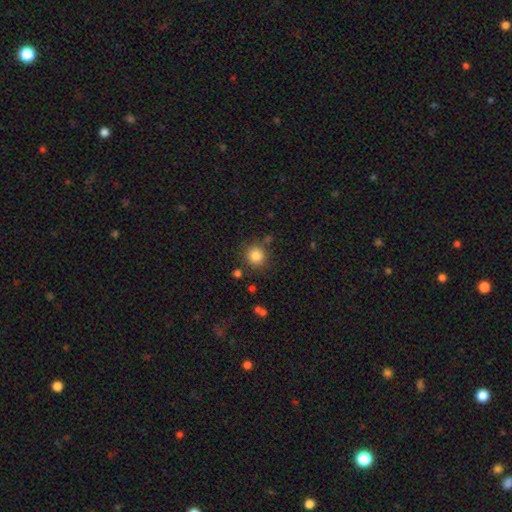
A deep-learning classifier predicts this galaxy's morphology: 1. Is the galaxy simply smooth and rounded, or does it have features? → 84% smooth, 11% star or artifact, 5% featured or disk.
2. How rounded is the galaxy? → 93% round, 6% in between, 1% cigar-shaped.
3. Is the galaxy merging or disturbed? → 82% none, 10% minor disturbance, 5% merger, 3% major disturbance.